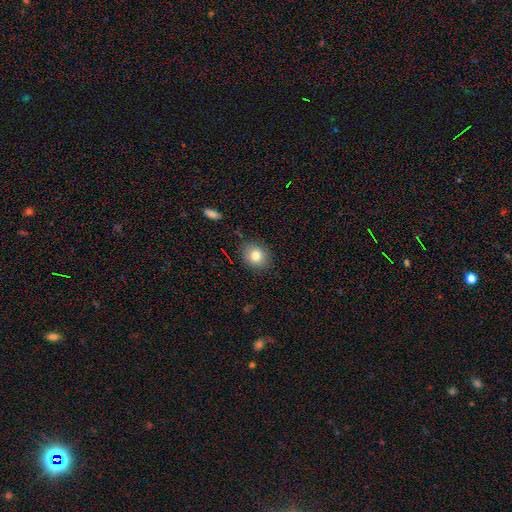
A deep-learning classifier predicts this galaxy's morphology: The model was most divided on "how rounded": round: 65%, in between: 34%, cigar-shaped: 1%. More confident: merging — none (84%); smooth or featured — smooth (81%).